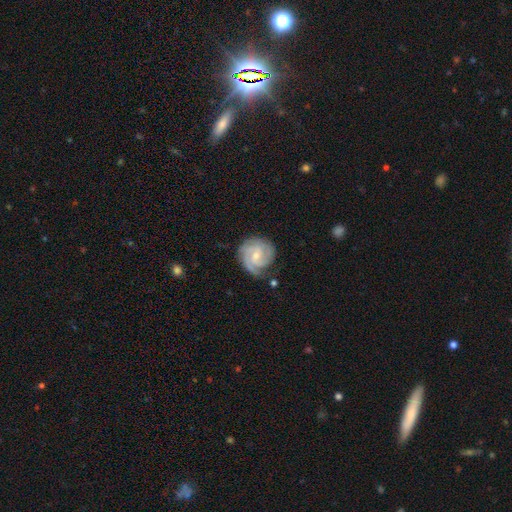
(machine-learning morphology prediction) Smooth or featured? featured or disk (83%)
Edge-on disk? no (98%)
Bar? weak (47%)
Spiral arms? yes (97%)
Spiral winding? tight (61%)
Spiral arm count? 3 (41%)
Bulge size? small (62%)
Merging? none (73%)